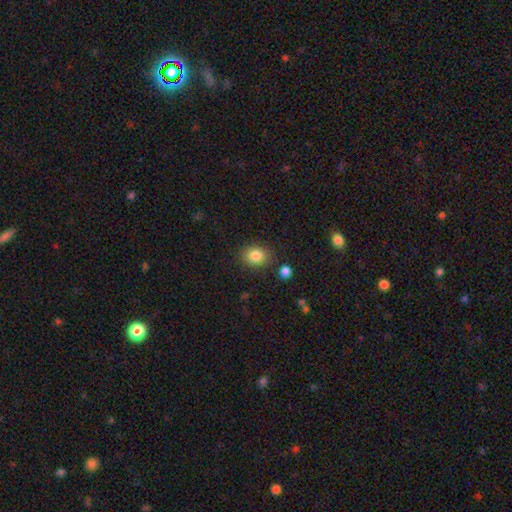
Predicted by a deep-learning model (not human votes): The model was most divided on "how rounded": round: 50%, in between: 49%, cigar-shaped: 1%. More confident: smooth or featured — smooth (84%); merging — none (83%).